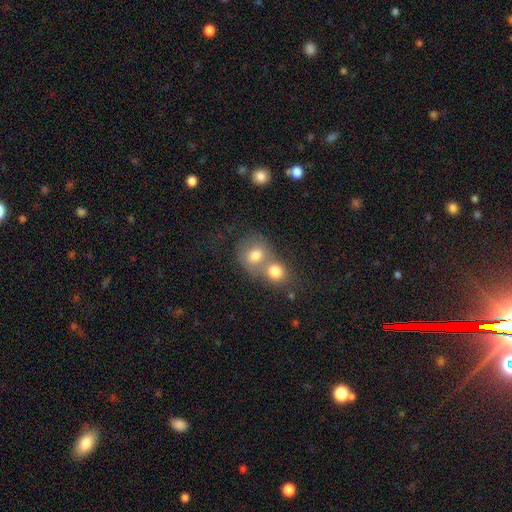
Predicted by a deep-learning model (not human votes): smooth-or-featured: smooth: 72% | featured or disk: 17% | star or artifact: 11%
  how-rounded: round: 74% | in between: 25% | cigar-shaped: 1%
  merging: merger: 58% | none: 30% | minor disturbance: 8% | major disturbance: 4%